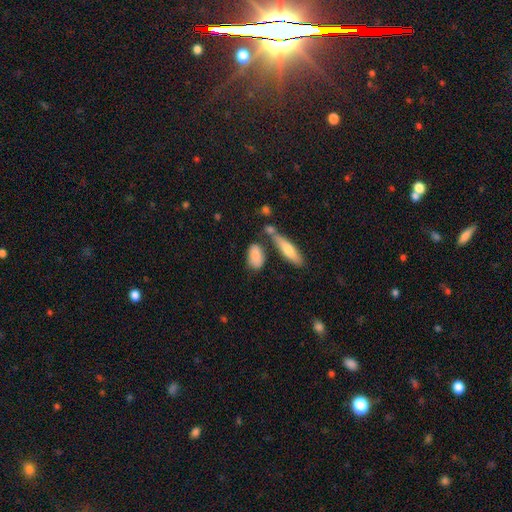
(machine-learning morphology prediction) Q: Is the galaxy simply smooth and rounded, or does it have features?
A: smooth — 85%.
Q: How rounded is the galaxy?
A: in between — 85%.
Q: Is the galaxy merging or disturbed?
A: none — 63%.